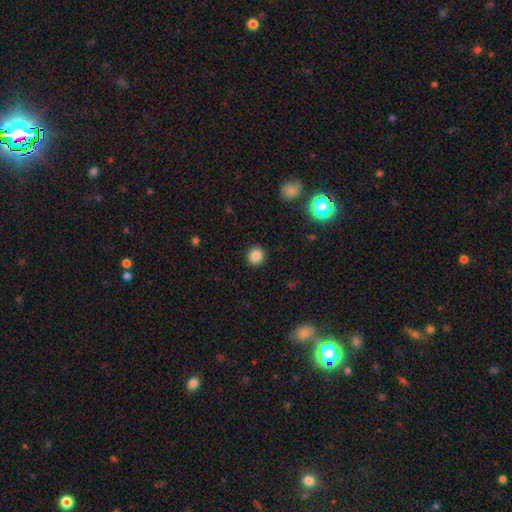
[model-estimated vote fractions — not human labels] A smooth galaxy with no disk features (84%) that is round (86%).

Vote fractions:
- Smooth or featured? smooth: 84% / star or artifact: 11% / featured or disk: 5%
- How rounded? round: 86% / in between: 13% / cigar-shaped: 1%
- Merging? none: 91% / minor disturbance: 6% / major disturbance: 2% / merger: 1%